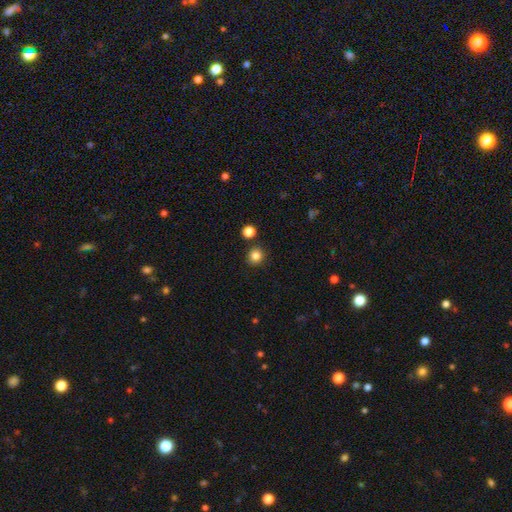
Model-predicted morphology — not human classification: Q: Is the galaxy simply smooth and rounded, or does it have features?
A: smooth — 83%.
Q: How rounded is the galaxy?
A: round — 92%.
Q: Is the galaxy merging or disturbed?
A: none — 89%.